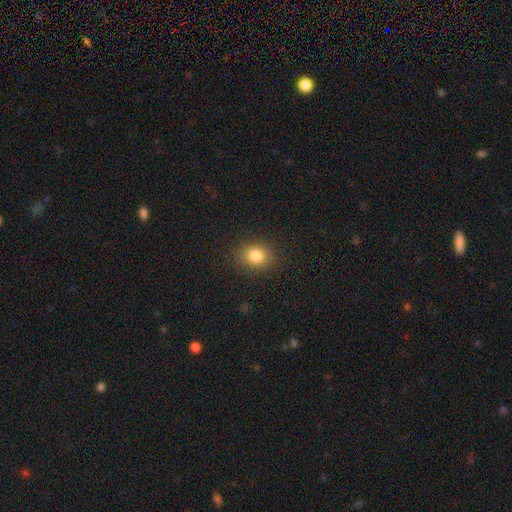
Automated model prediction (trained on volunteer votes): This appears to be a smooth galaxy with no disk features (82%) that is round (59%). Merging: none (87%).